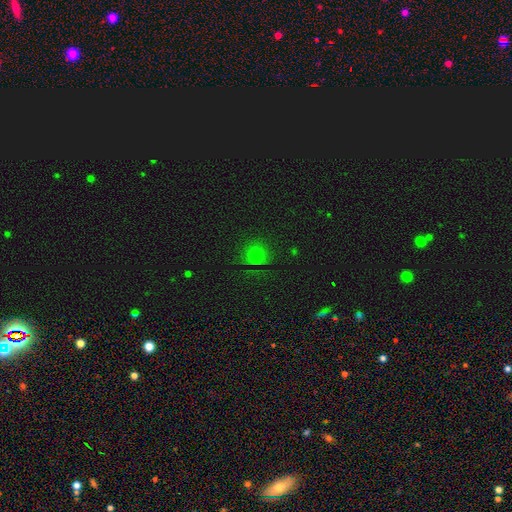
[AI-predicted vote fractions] Morphology: type=smooth (67%); roundness=round (88%); merging=none (80%).